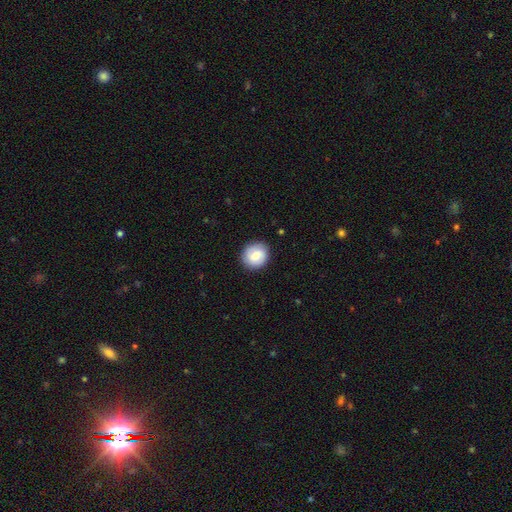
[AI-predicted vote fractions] A smooth galaxy with no disk features (70%) that is round (87%).

Vote fractions:
- Smooth or featured? smooth: 70% / featured or disk: 23% / star or artifact: 7%
- How rounded? round: 87% / in between: 12% / cigar-shaped: 1%
- Merging? none: 87% / minor disturbance: 9% / major disturbance: 2% / merger: 1%